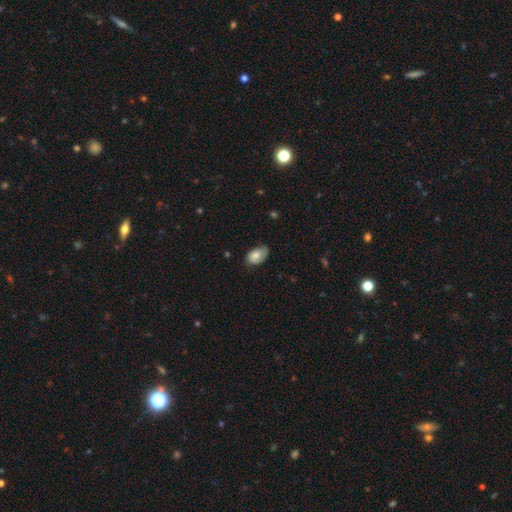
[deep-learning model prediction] Smooth or featured?
  - smooth: 73% *
  - featured or disk: 20%
  - star or artifact: 7%
How rounded?
  - in between: 90% *
  - round: 9%
  - cigar-shaped: 1%
Merging?
  - none: 65% *
  - minor disturbance: 28%
  - major disturbance: 6%
  - merger: 1%